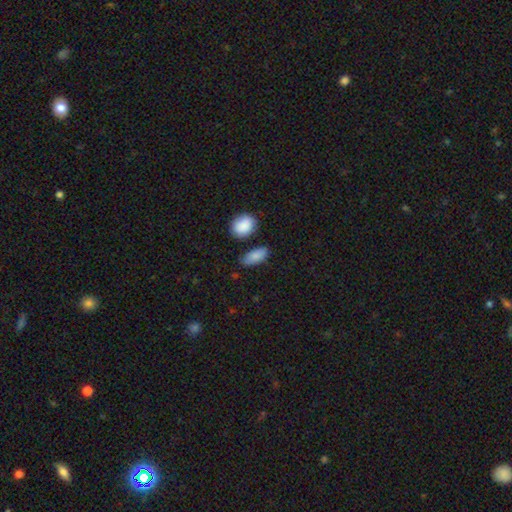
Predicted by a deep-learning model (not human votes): Overall: smooth (87%). How rounded: in between (87%). Merging: none (74%).